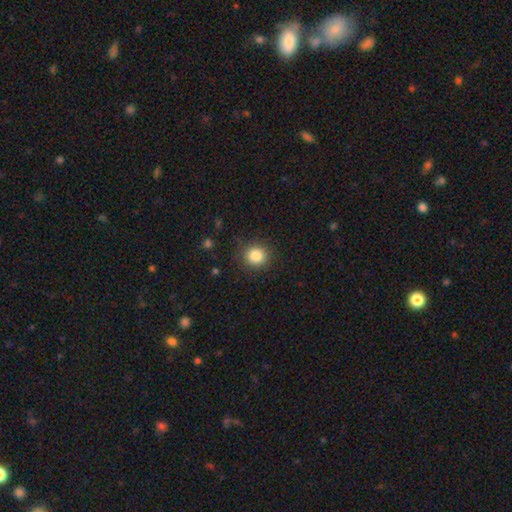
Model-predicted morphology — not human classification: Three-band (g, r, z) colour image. It shows a smooth galaxy with no disk features (84%) that is round (92%). Merging: none (88%).